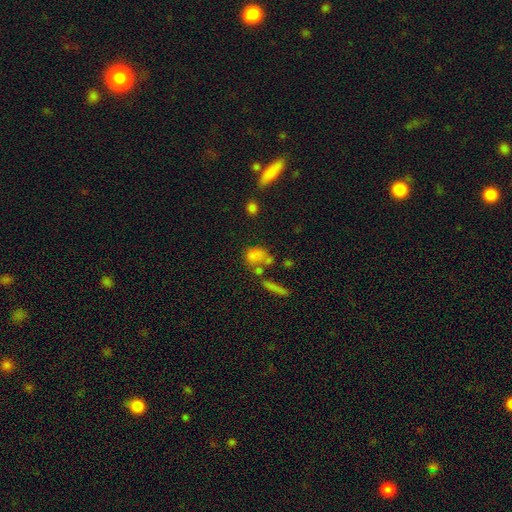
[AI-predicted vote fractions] The model was most divided on "how rounded": in between: 49%, round: 44%, cigar-shaped: 6%. Remaining: smooth or featured — smooth (69%); merging — none (40%).